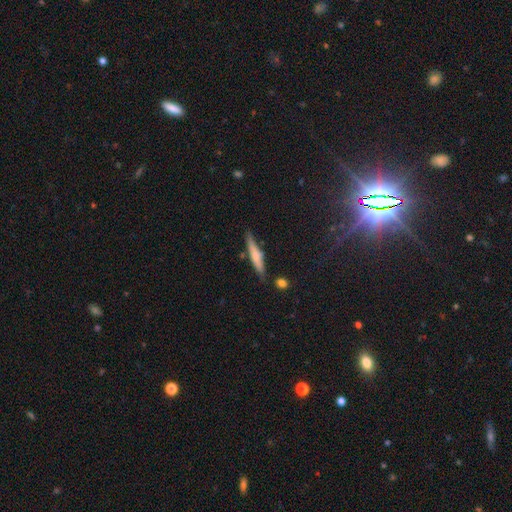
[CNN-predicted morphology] smooth_or_featured: smooth (p=0.53) [alt: featured or disk p=0.40]
how_rounded: cigar-shaped (p=0.88) [alt: in between p=0.10]
merging: none (p=0.75) [alt: minor disturbance p=0.16]